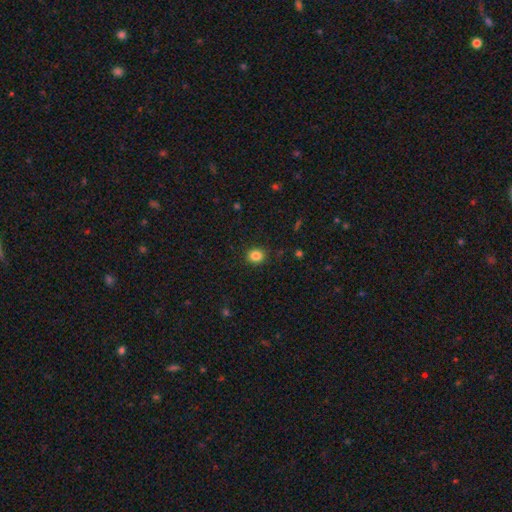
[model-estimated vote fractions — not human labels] Smooth or featured? Predicted: smooth (p=0.85). How rounded? Predicted: round (p=0.74). Merging? Predicted: none (p=0.90).